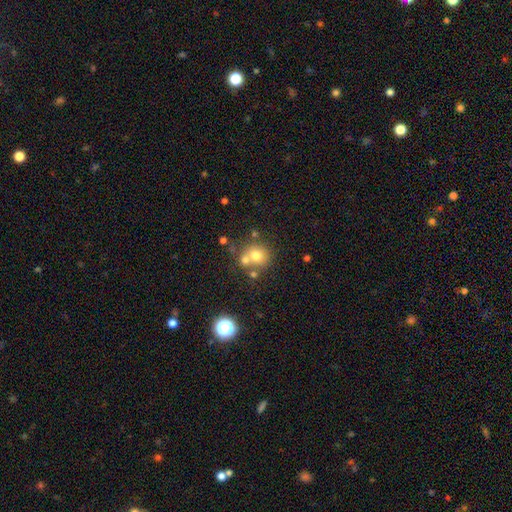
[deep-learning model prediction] Smooth or featured? Predicted: smooth (p=0.69). How rounded? Predicted: round (p=0.86). Merging? Predicted: none (p=0.54).